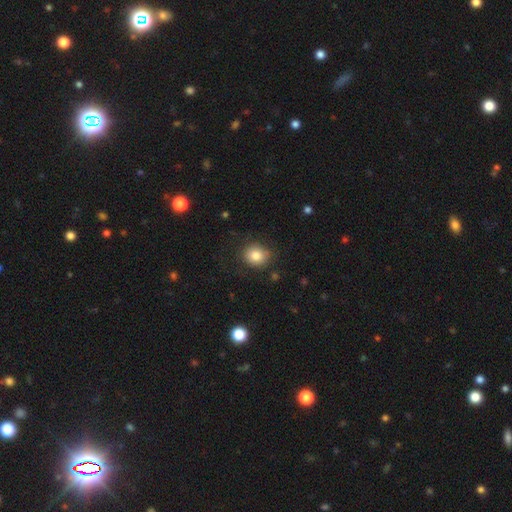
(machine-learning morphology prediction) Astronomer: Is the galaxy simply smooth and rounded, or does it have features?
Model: smooth — 83%.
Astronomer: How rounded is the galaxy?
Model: round — 77%.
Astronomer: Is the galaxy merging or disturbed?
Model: none — 81%.